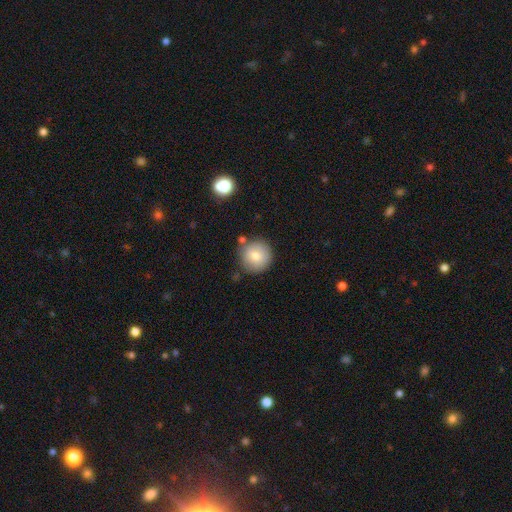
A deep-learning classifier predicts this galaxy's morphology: Smooth or featured?
  - smooth: 79% *
  - featured or disk: 13%
  - star or artifact: 8%
How rounded?
  - round: 95% *
  - in between: 4%
  - cigar-shaped: 1%
Merging?
  - none: 80% *
  - minor disturbance: 12%
  - merger: 6%
  - major disturbance: 3%